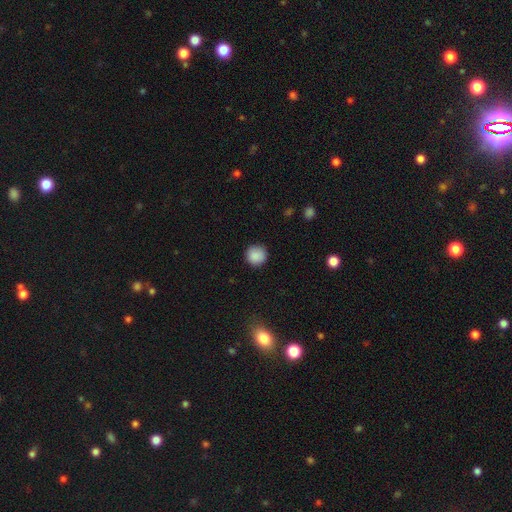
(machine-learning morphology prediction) type=smooth (88%); roundness=round (95%); merging=none (90%).